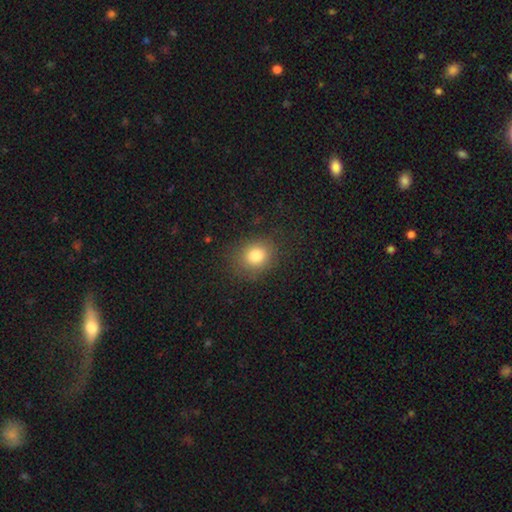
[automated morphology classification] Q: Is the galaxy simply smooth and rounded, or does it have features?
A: smooth — 80%.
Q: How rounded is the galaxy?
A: round — 65%.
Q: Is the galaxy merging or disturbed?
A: none — 83%.